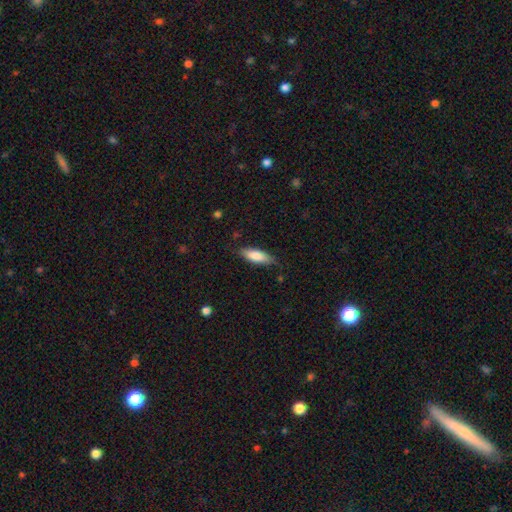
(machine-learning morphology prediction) Smooth or featured?
  - smooth: 80% *
  - featured or disk: 14%
  - star or artifact: 6%
How rounded?
  - in between: 61% *
  - cigar-shaped: 37%
  - round: 2%
Merging?
  - none: 75% *
  - minor disturbance: 20%
  - major disturbance: 4%
  - merger: 1%